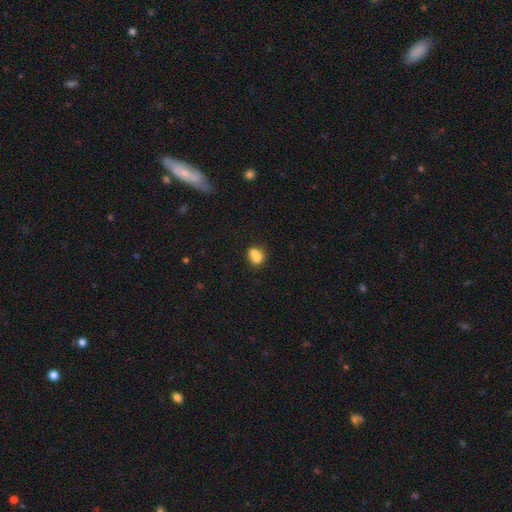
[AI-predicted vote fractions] A smooth galaxy with no disk features (72%) that is round (56%).

Vote fractions:
- Smooth or featured? smooth: 72% / featured or disk: 18% / star or artifact: 10%
- How rounded? round: 56% / in between: 43% / cigar-shaped: 1%
- Merging? merger: 58% / none: 29% / minor disturbance: 9% / major disturbance: 4%